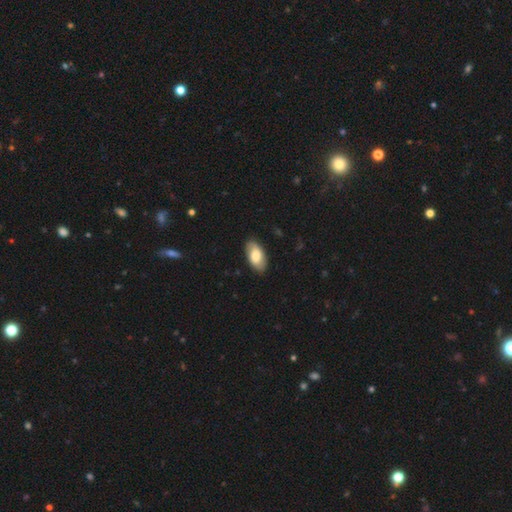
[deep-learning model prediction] Overall: smooth (76%). How rounded: in between (94%). Merging: none (87%).